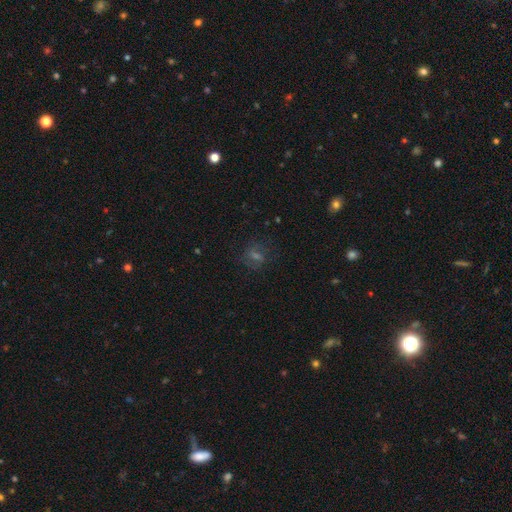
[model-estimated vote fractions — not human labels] Overall: smooth (41%; star or artifact 33%). Merging: none (77%).